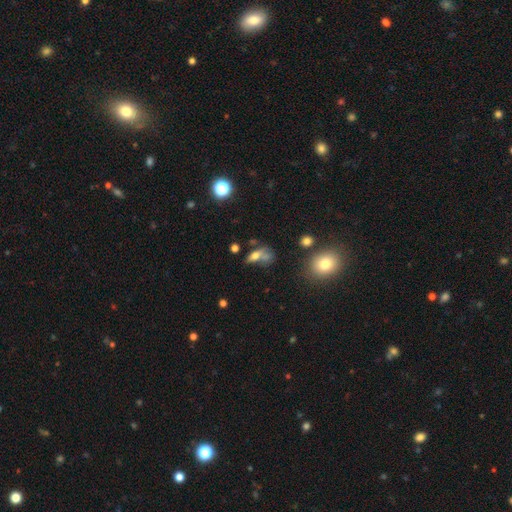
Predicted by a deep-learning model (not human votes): The model was most divided on "merging": none: 31%, merger: 30%, major disturbance: 20%, minor disturbance: 19%. More confident: how rounded — in between (68%); smooth or featured — smooth (61%).